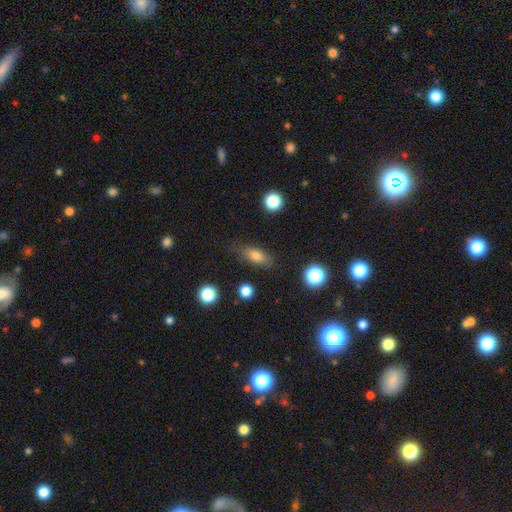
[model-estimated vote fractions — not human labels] This is likely a smooth galaxy (76%). How rounded: likely in between (73%). Merging: likely none (78%).